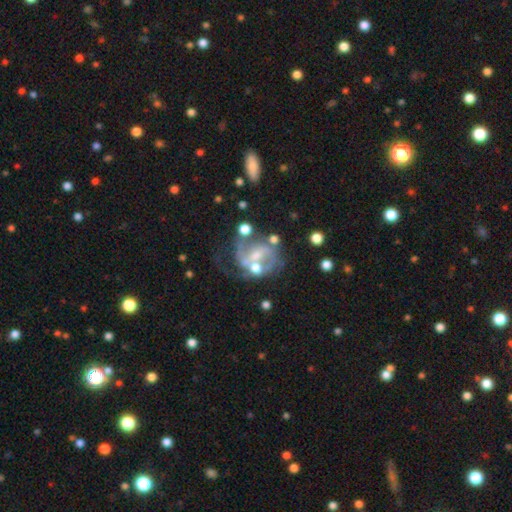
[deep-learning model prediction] Smooth or featured? featured or disk (79%)
Edge-on disk? no (97%)
Bar? weak (41%)
Spiral arms? yes (82%)
Spiral winding? medium (47%)
Spiral arm count? 2 (60%)
Bulge size? moderate (41%, tied with small)
Merging? none (40%)